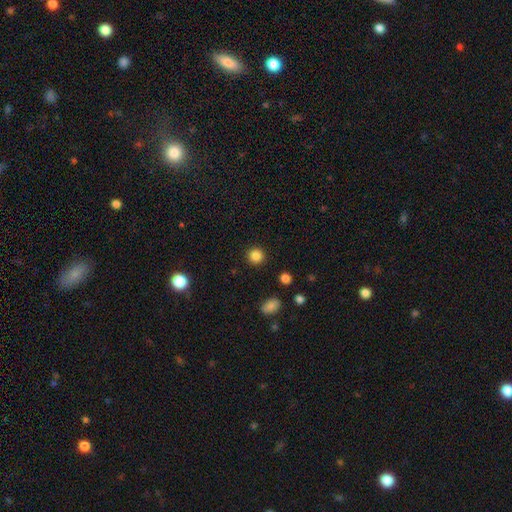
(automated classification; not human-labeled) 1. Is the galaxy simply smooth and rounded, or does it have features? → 85% smooth, 11% star or artifact, 4% featured or disk.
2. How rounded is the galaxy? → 93% round, 6% in between, 1% cigar-shaped.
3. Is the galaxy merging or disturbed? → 92% none, 5% minor disturbance, 2% major disturbance, 1% merger.